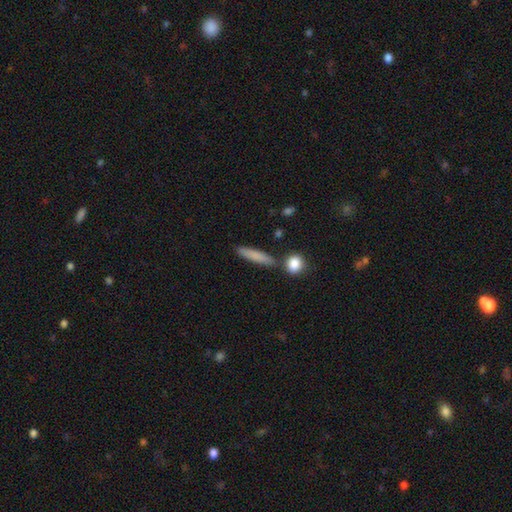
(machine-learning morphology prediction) smooth-or-featured: smooth: 79% | featured or disk: 14% | star or artifact: 7%
  how-rounded: cigar-shaped: 83% | in between: 14% | round: 3%
  merging: none: 80% | minor disturbance: 11% | merger: 7% | major disturbance: 3%